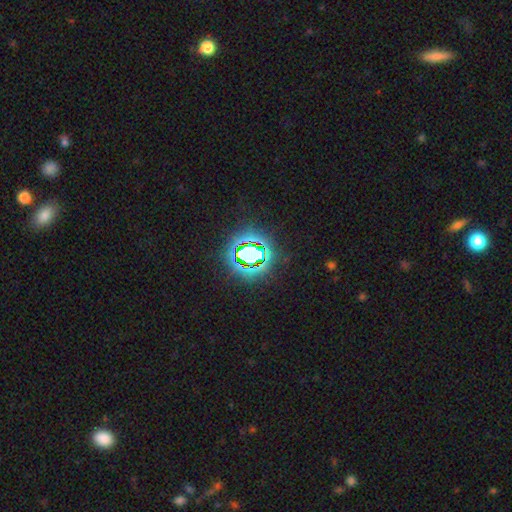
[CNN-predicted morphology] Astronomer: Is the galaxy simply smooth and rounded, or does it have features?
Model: star or artifact — 77%.